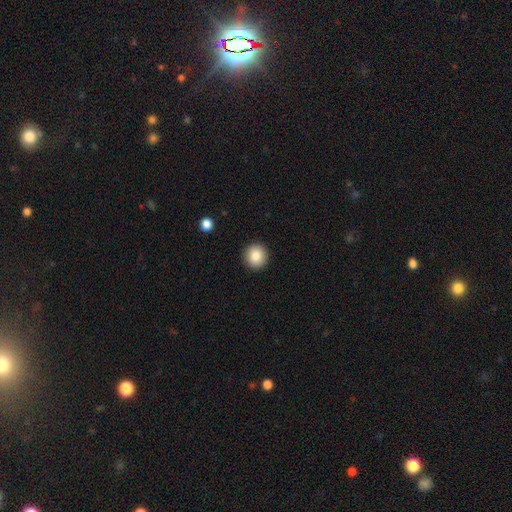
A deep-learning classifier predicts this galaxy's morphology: smooth-or-featured: smooth: 85% | star or artifact: 9% | featured or disk: 7%
  how-rounded: round: 93% | in between: 6% | cigar-shaped: 1%
  merging: none: 92% | minor disturbance: 5% | major disturbance: 2% | merger: 1%